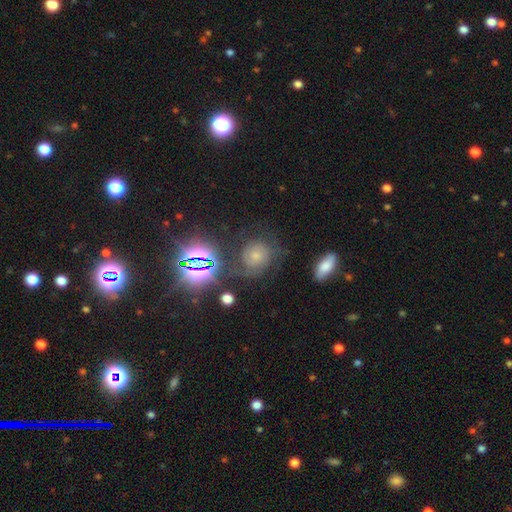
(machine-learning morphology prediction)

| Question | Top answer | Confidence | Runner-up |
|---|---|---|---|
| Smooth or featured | smooth | 38% | tied: featured or disk (38%) |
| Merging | none | 58% | minor disturbance (23%) |